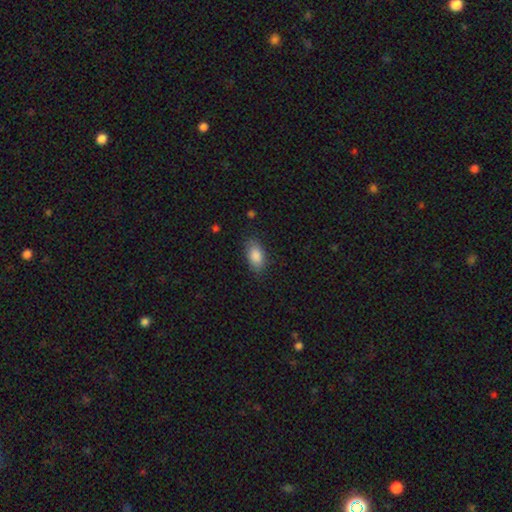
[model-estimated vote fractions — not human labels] Morphology: type=smooth (87%); roundness=in between (91%); merging=none (80%).